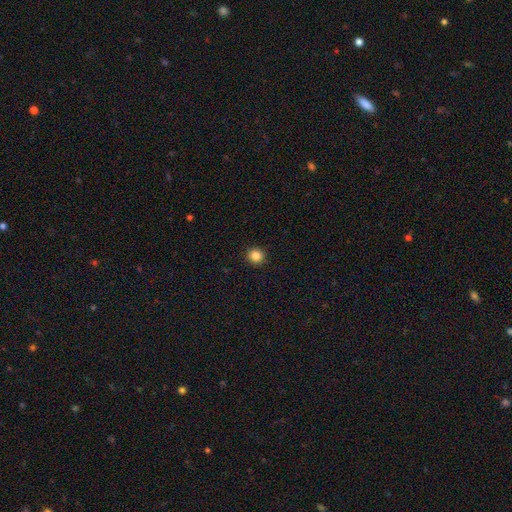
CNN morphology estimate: Q: Smooth or featured?
A: smooth (85%); runner-up: star or artifact (11%)
Q: How rounded?
A: round (93%); runner-up: in between (6%)
Q: Merging?
A: none (93%); runner-up: minor disturbance (5%)